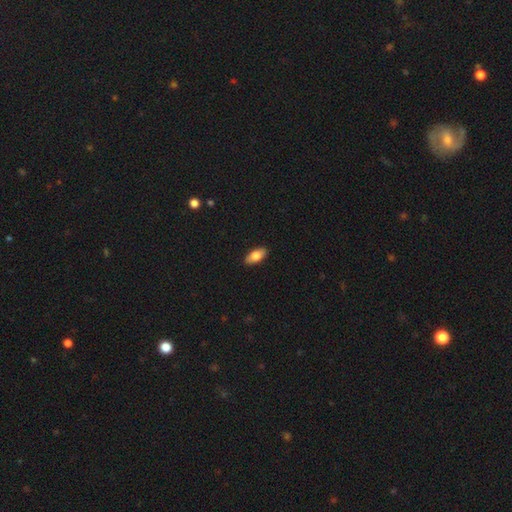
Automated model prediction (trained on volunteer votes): smooth 79%, featured or disk 15%, star or artifact 6%. Down the decision tree: how rounded — in between (88%); merging — none (89%).